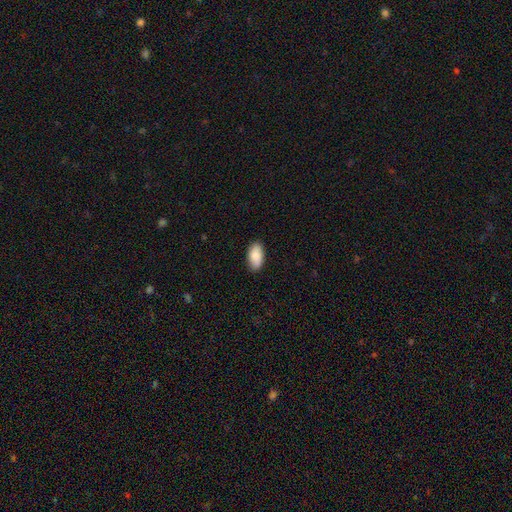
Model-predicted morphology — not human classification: Overall: smooth (87%). How rounded: in between (94%). Merging: none (86%).